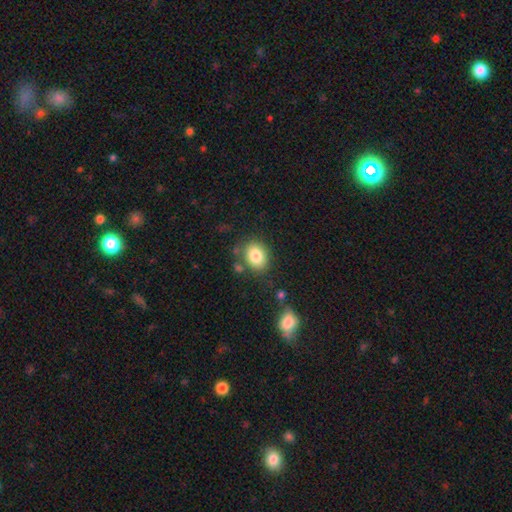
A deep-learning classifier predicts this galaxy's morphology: Smooth or featured: smooth — 82% (star or artifact — 9%)
How rounded: in between — 58% (round — 41%)
Merging: none — 75% (minor disturbance — 14%)